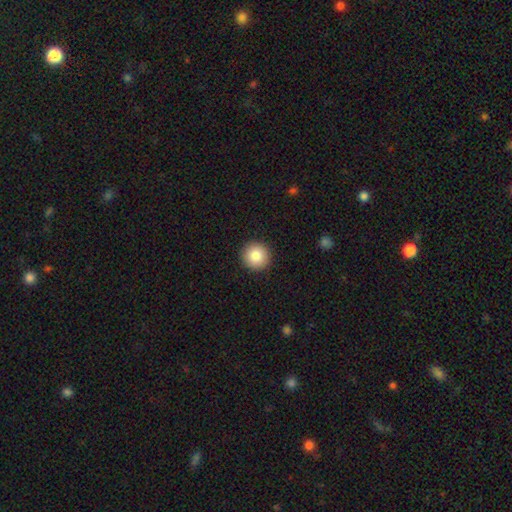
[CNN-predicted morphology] Smooth or featured?
  - smooth: 84% *
  - star or artifact: 9%
  - featured or disk: 7%
How rounded?
  - round: 95% *
  - in between: 4%
  - cigar-shaped: 1%
Merging?
  - none: 93% *
  - minor disturbance: 5%
  - major disturbance: 2%
  - merger: 1%